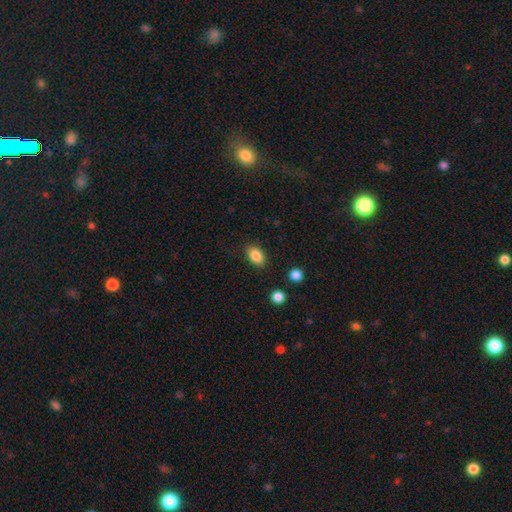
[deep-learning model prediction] Smooth or featured? smooth (86%)
How rounded? in between (86%)
Merging? none (86%)